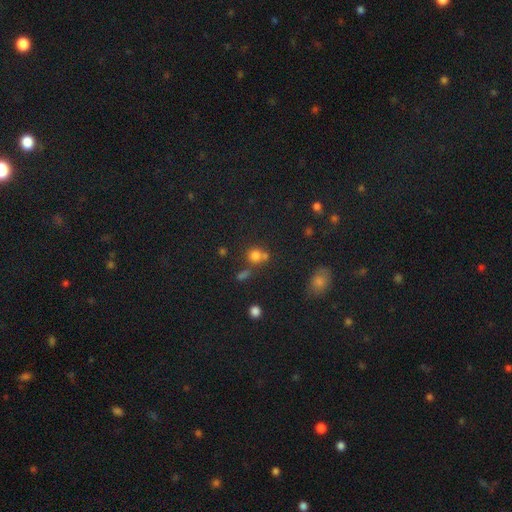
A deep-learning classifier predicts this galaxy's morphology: Smooth or featured: smooth — 75% (star or artifact — 17%)
How rounded: round — 85% (in between — 14%)
Merging: none — 53% (merger — 32%)